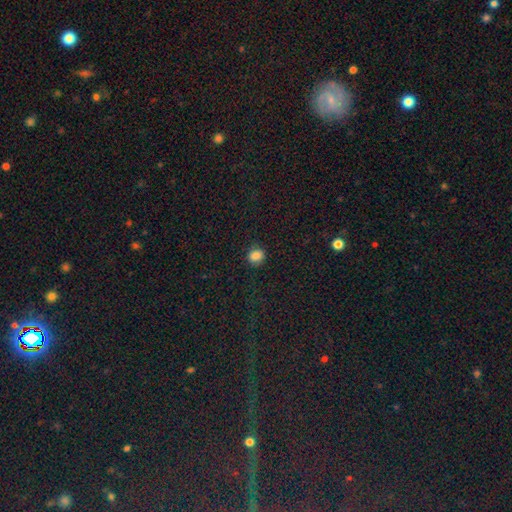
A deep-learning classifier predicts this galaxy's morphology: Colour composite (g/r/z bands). It shows a smooth galaxy with no disk features (85%) that is round (68%). Merging: none (86%).